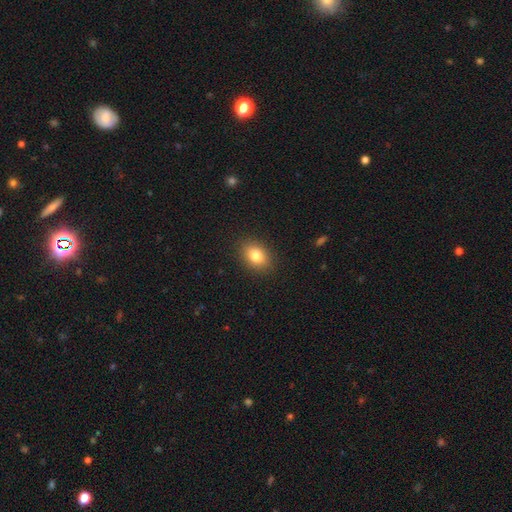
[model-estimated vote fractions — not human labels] smooth 81%, star or artifact 10%, featured or disk 9%. Down the decision tree: how rounded — in between (72%); merging — none (89%).